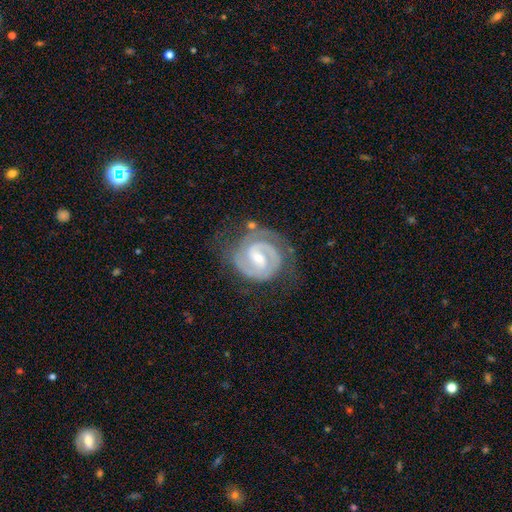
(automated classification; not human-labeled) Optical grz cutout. It shows a featured or disk galaxy (90%) with a weak bar (48%), 2 (86%) tight (63%) spiral arms (98%) and a moderate central bulge (49%). Merging: none (75%).